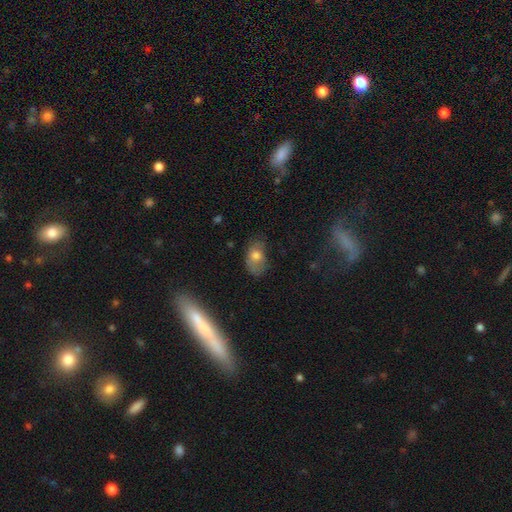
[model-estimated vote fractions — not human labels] Overall: smooth (68%). How rounded: in between (85%). Merging: none (48%; minor disturbance 33%).